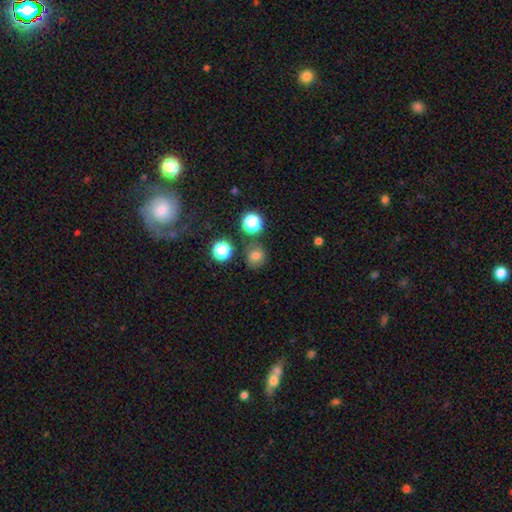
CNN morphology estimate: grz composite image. It shows a smooth galaxy with no disk features (73%) that is round (84%). Merging: none (77%).